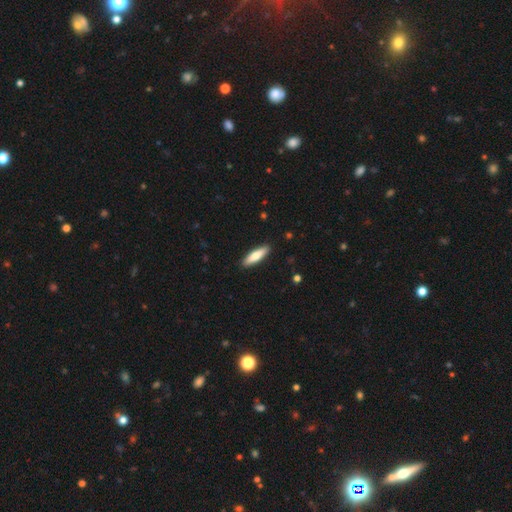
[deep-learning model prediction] Smooth or featured? Predicted: smooth (p=0.74). How rounded? Predicted: cigar-shaped (p=0.64). Merging? Predicted: none (p=0.90).